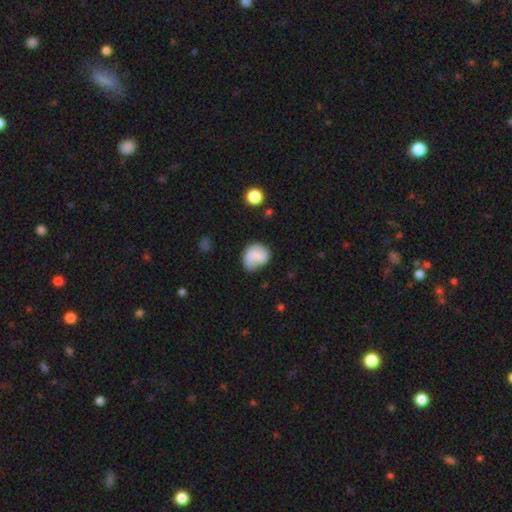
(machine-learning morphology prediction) Smooth or featured?
  - smooth: 58% *
  - featured or disk: 34%
  - star or artifact: 8%
How rounded?
  - round: 64% *
  - in between: 35%
  - cigar-shaped: 1%
Merging?
  - none: 53% *
  - minor disturbance: 29%
  - major disturbance: 14%
  - merger: 4%